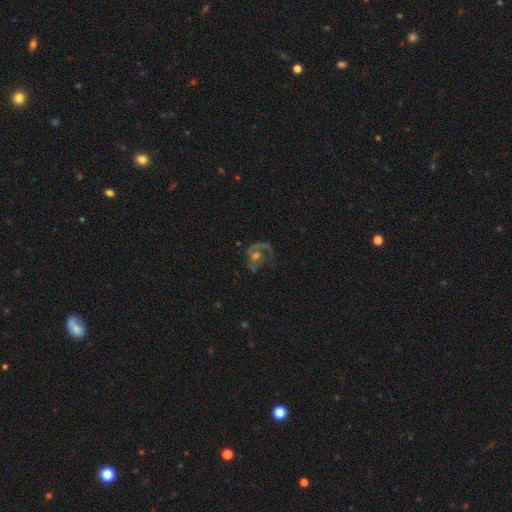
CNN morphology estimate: This appears to be a featured or disk galaxy (78%) with no bar (70%), 1 (48%) medium (46%) spiral arms (89%) and a moderate central bulge (59%). Merging: none (54%).